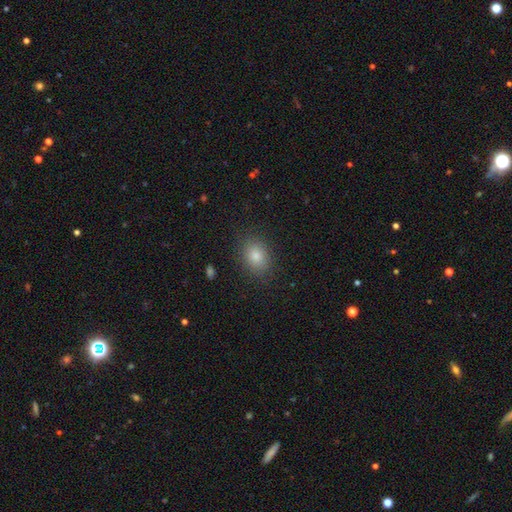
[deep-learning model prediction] This appears to be a smooth galaxy with no disk features (80%) that is in between round and cigar-shaped (58%). Merging: none (88%).